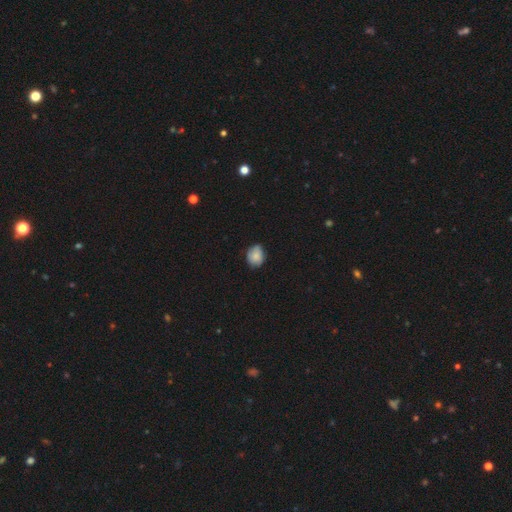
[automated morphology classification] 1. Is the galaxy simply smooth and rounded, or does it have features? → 82% smooth, 9% featured or disk, 8% star or artifact.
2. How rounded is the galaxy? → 57% round, 42% in between, 1% cigar-shaped.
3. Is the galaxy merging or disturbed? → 69% none, 27% minor disturbance, 3% major disturbance, 1% merger.